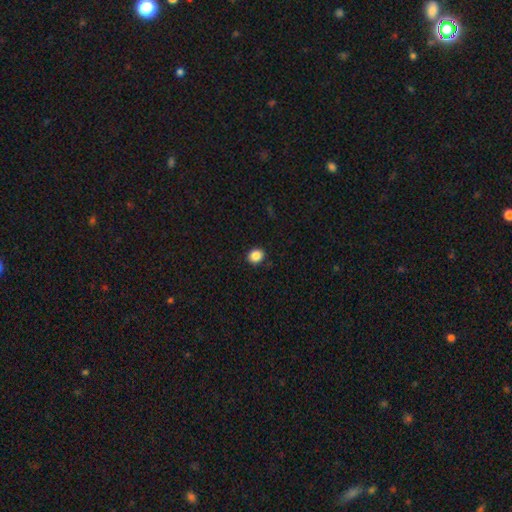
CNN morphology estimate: smooth_or_featured: smooth (p=0.87) [alt: star or artifact p=0.10]
how_rounded: round (p=0.79) [alt: in between p=0.20]
merging: none (p=0.90) [alt: minor disturbance p=0.07]